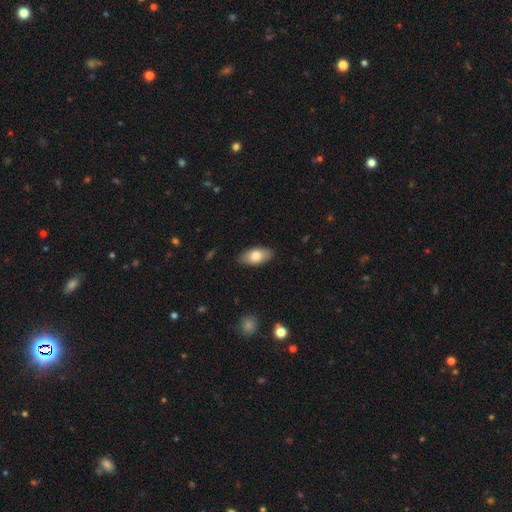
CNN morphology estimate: type=smooth (82%); roundness=in between (92%); merging=none (87%).